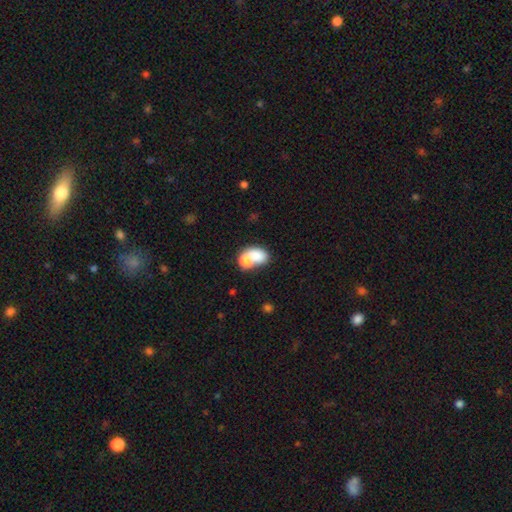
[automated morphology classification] Smooth or featured?
  - smooth: 74% *
  - featured or disk: 15%
  - star or artifact: 11%
How rounded?
  - in between: 71% *
  - round: 27%
  - cigar-shaped: 1%
Merging?
  - merger: 58% *
  - none: 26%
  - minor disturbance: 9%
  - major disturbance: 7%